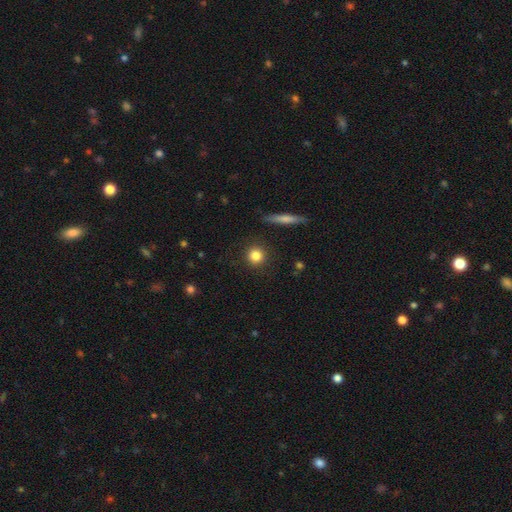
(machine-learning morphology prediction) smooth 82%, star or artifact 10%, featured or disk 8%. Down the decision tree: how rounded — round (92%); merging — none (90%).